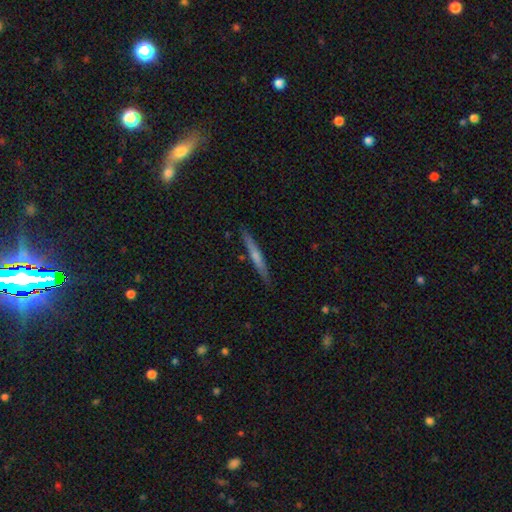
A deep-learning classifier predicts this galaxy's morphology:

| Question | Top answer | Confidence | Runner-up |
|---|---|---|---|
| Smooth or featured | smooth | 48% | featured or disk (47%) |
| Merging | none | 88% | minor disturbance (8%) |